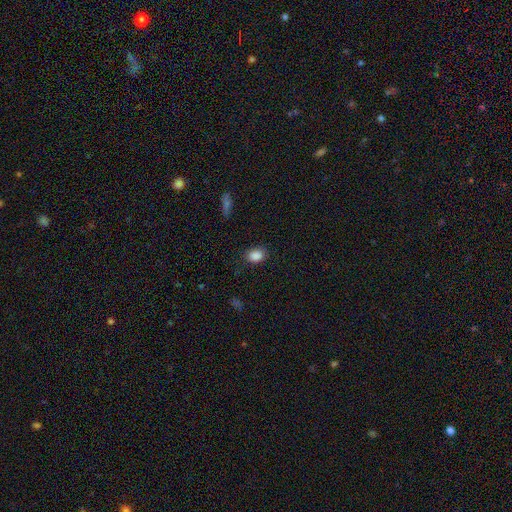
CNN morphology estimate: A smooth galaxy with no disk features (87%) that is in between round and cigar-shaped (67%). Merging: none (84%).